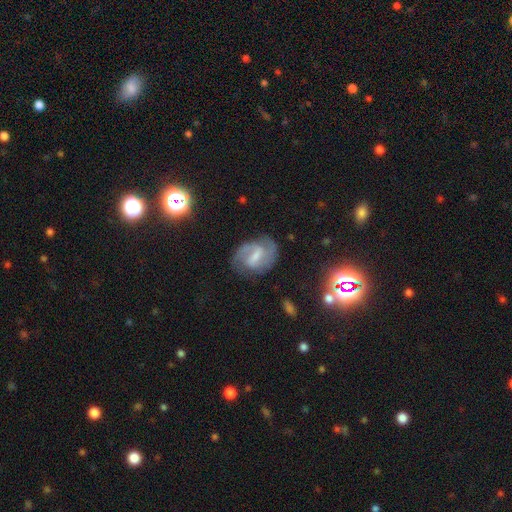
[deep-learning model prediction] Smooth or featured? Predicted: featured or disk (p=0.79). Edge-on disk? Predicted: no (p=0.97). Bar? Predicted: weak (p=0.54). Spiral arms? Predicted: yes (p=0.93). Spiral winding? Predicted: medium (p=0.52). Spiral arm count? Predicted: 2 (p=0.81). Bulge size? Predicted: small (p=0.43). Merging? Predicted: none (p=0.71).